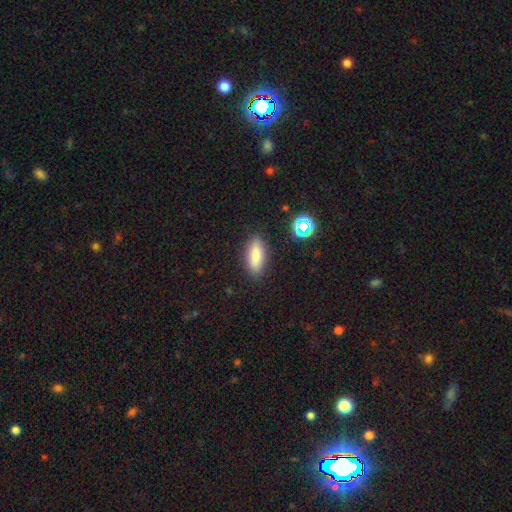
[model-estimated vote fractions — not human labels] A smooth galaxy with no disk features (83%) that is in between round and cigar-shaped (75%).

Vote fractions:
- Smooth or featured? smooth: 83% / star or artifact: 9% / featured or disk: 8%
- How rounded? in between: 75% / cigar-shaped: 22% / round: 3%
- Merging? none: 85% / minor disturbance: 10% / major disturbance: 3% / merger: 2%